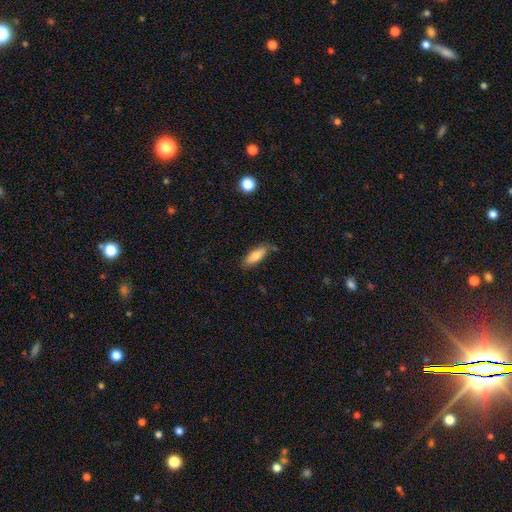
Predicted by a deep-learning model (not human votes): The model was most divided on "how rounded": in between: 61%, cigar-shaped: 37%, round: 2%. More confident: smooth or featured — smooth (77%); merging — none (71%).